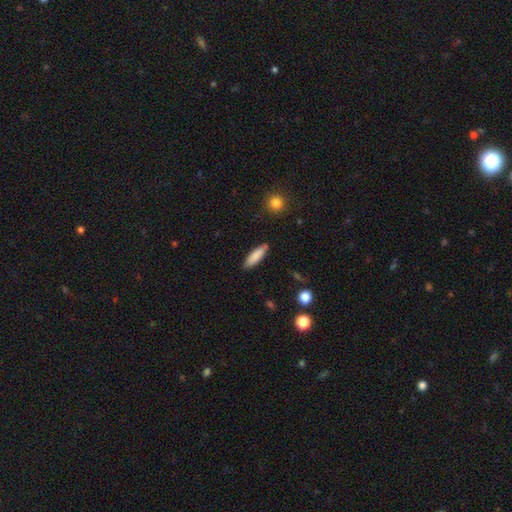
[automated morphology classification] Smooth or featured: smooth — 85% (featured or disk — 9%)
How rounded: cigar-shaped — 56% (in between — 42%)
Merging: none — 84% (minor disturbance — 12%)